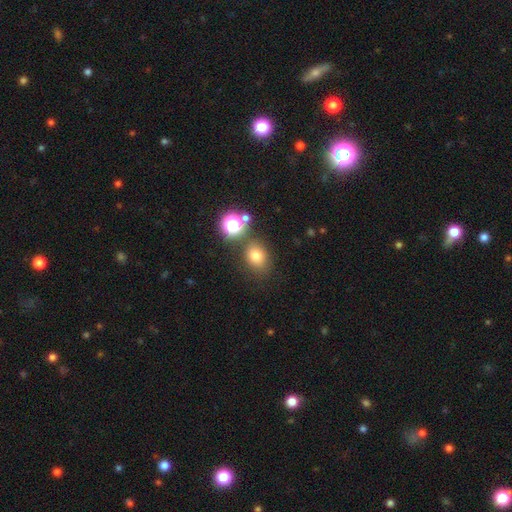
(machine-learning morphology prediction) The model was most divided on "how rounded": round: 54%, in between: 44%, cigar-shaped: 1%. More confident: merging — none (75%); smooth or featured — smooth (75%).